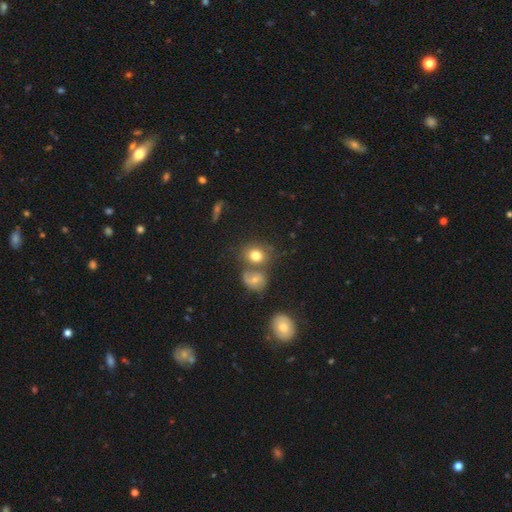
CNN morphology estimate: Q: Smooth or featured?
A: smooth (73%); runner-up: featured or disk (15%)
Q: How rounded?
A: round (62%); runner-up: in between (37%)
Q: Merging?
A: none (50%); runner-up: merger (31%)